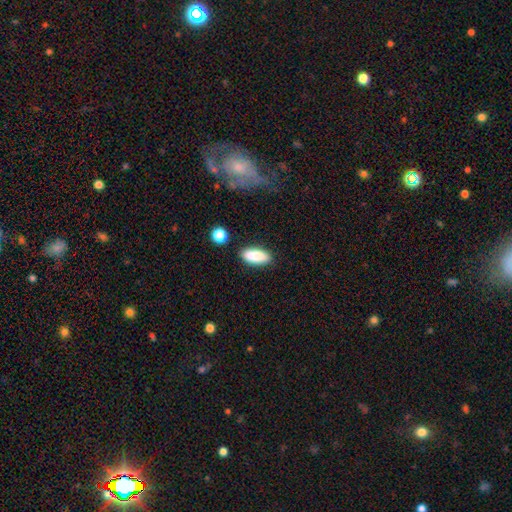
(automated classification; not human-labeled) Morphology: type=smooth (86%); roundness=in between (81%); merging=none (84%).